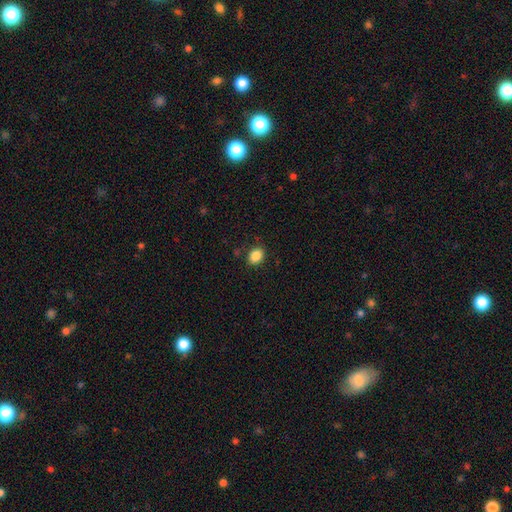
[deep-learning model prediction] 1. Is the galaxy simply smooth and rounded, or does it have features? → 86% smooth, 9% star or artifact, 4% featured or disk.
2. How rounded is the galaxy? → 55% in between, 44% round, 1% cigar-shaped.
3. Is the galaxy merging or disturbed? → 86% none, 10% minor disturbance, 3% major disturbance, 2% merger.